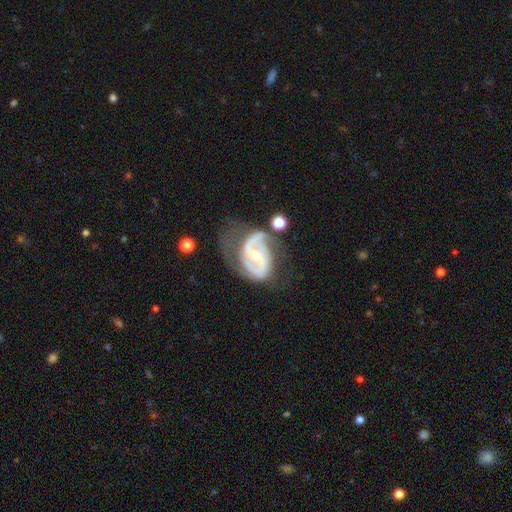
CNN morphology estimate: This is clearly a featured or disk galaxy (89%). It is clearly not viewed edge-on (97%). Bar: marginally weak (41%). Spiral arm pattern: clearly yes (95%). Spiral arm count: clearly 2 (83%). Spiral winding: possibly medium (51%). Central bulge: possibly small (54%). Merging: possibly none (47%).